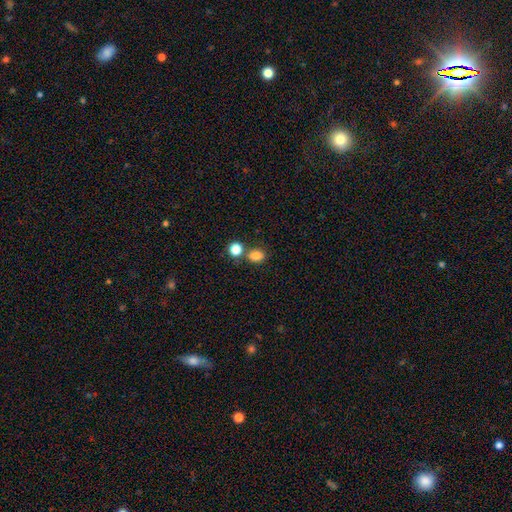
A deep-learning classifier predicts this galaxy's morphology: Smooth or featured? smooth (82%)
How rounded? in between (51%)
Merging? none (63%)